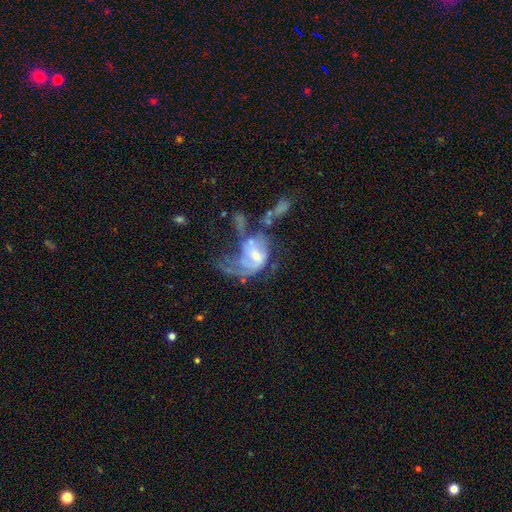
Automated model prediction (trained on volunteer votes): Smooth or featured?
  - featured or disk: 68% *
  - smooth: 22%
  - star or artifact: 9%
Edge-on disk?
  - no: 97% *
  - yes: 3%
Bar?
  - no: 60% *
  - weak: 31%
  - strong: 9%
Spiral arms?
  - yes: 68% *
  - no: 32%
Bulge size?
  - small: 51% *
  - moderate: 40%
  - none: 4%
  - large: 4%
  - dominant: 1%
Merging?
  - major disturbance: 44% *
  - merger: 30%
  - none: 15%
  - minor disturbance: 11%